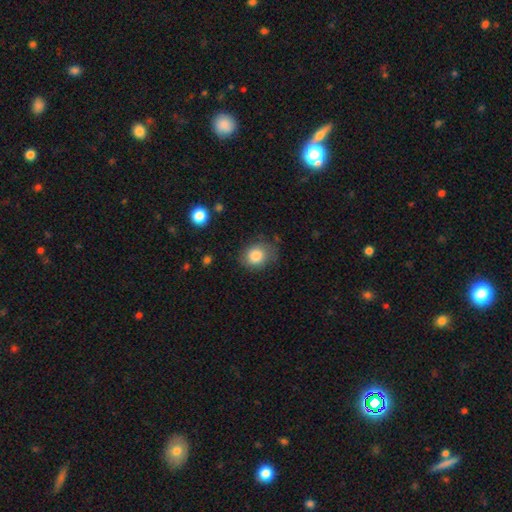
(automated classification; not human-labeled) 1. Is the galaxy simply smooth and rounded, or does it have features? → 85% smooth, 8% star or artifact, 7% featured or disk.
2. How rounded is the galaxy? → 60% round, 39% in between, 1% cigar-shaped.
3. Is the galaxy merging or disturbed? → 69% none, 22% minor disturbance, 7% major disturbance, 2% merger.